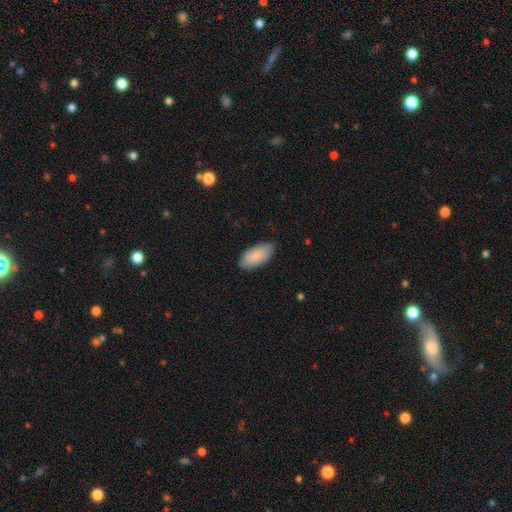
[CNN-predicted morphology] Overall: smooth (85%). How rounded: in between (94%). Merging: none (81%).